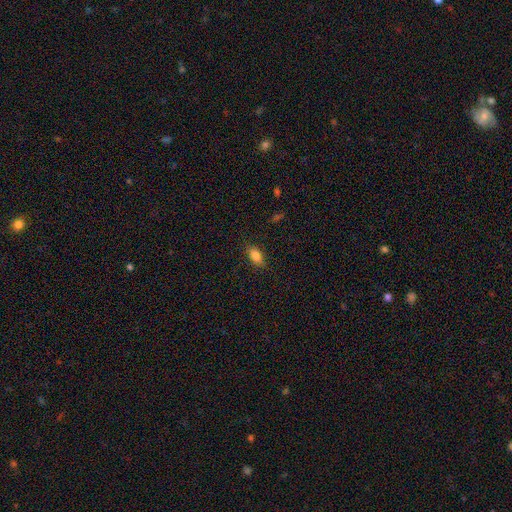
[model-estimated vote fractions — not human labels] Smooth or featured?
  - smooth: 80% *
  - featured or disk: 11%
  - star or artifact: 9%
How rounded?
  - in between: 83% *
  - cigar-shaped: 9%
  - round: 8%
Merging?
  - none: 83% *
  - minor disturbance: 13%
  - major disturbance: 3%
  - merger: 1%